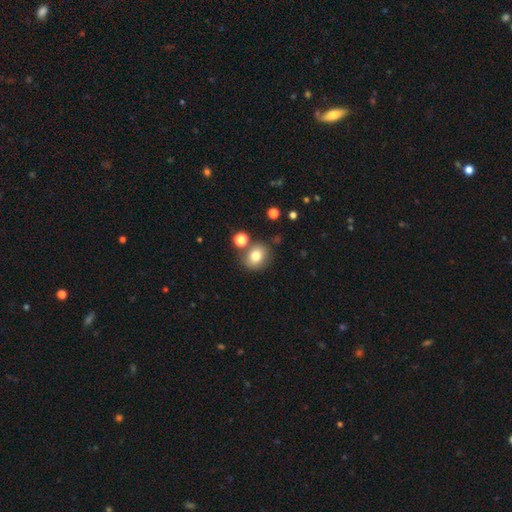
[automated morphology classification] This appears to be a smooth galaxy with no disk features (78%) that is round (67%). Merging: none (72%).